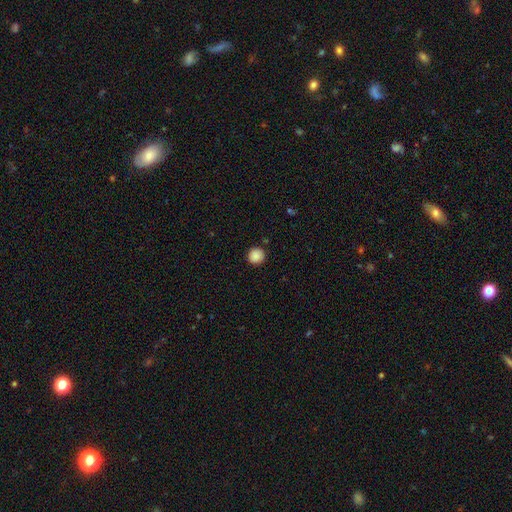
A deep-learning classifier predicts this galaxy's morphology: This is clearly a smooth galaxy (88%). How rounded: clearly round (93%). Merging: clearly none (90%).